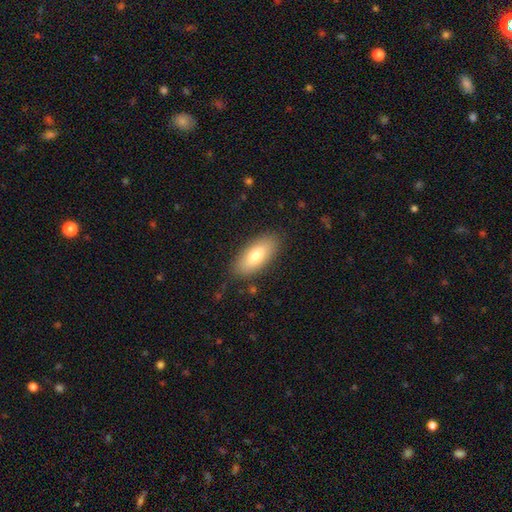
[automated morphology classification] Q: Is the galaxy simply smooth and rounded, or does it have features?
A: smooth — 77%.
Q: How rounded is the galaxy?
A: in between — 84%.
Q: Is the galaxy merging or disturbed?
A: none — 84%.